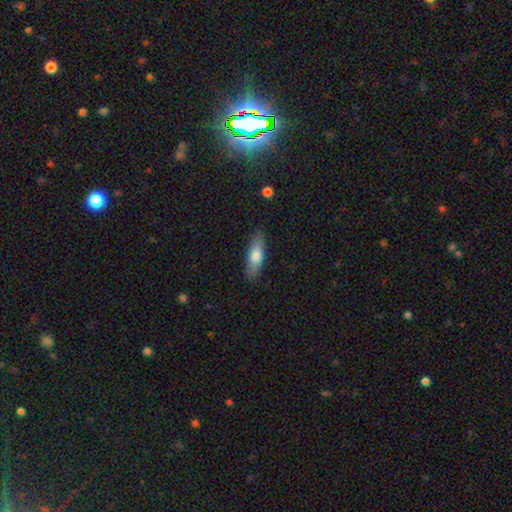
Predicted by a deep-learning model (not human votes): This appears to be a smooth galaxy with no disk features (69%) that is in between round and cigar-shaped (53%). Merging: none (87%).